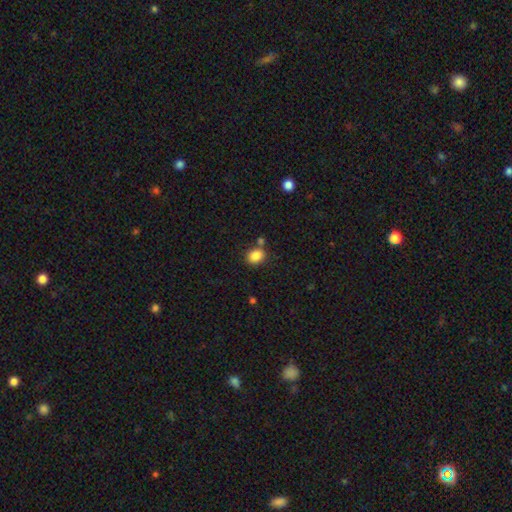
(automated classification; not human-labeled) smooth_or_featured: smooth (p=0.86) [alt: star or artifact p=0.10]
how_rounded: in between (p=0.50) [alt: round p=0.49]
merging: none (p=0.70) [alt: merger p=0.14]